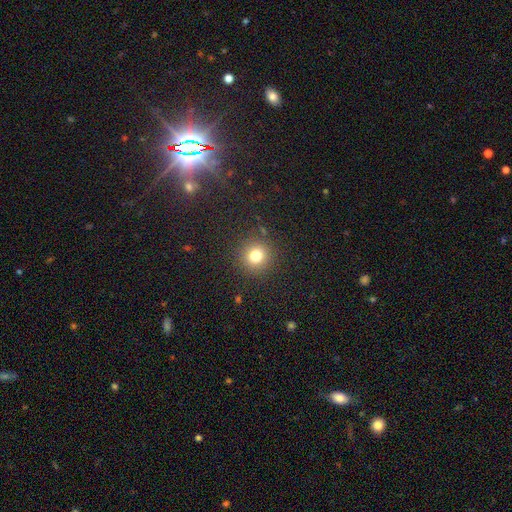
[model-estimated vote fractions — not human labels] Morphology: type=smooth (79%); roundness=round (93%); merging=none (89%).